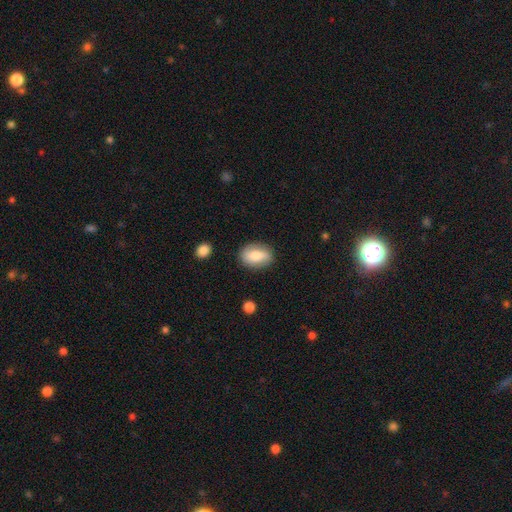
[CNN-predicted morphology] A smooth galaxy with no disk features (72%) that is in between round and cigar-shaped (80%). Merging: none (82%).